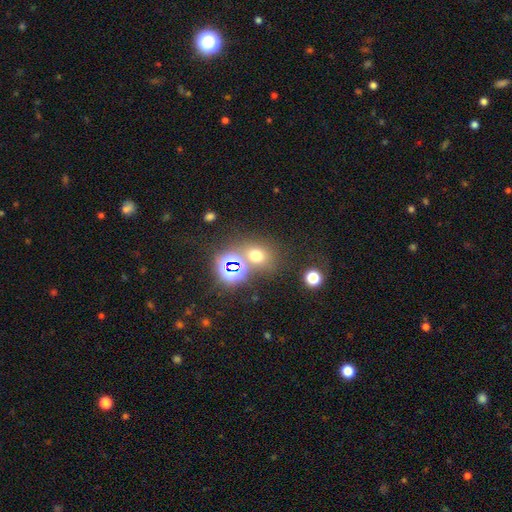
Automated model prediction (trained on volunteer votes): Smooth or featured? smooth (58%)
How rounded? round (65%)
Merging? none (68%)